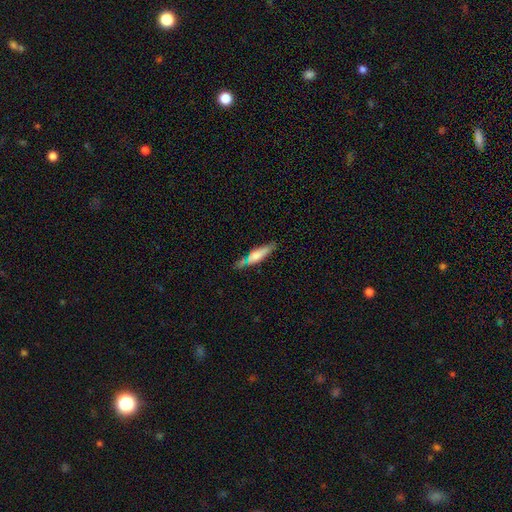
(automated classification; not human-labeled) Q: Smooth or featured?
A: smooth (63%); runner-up: featured or disk (30%)
Q: How rounded?
A: cigar-shaped (72%); runner-up: in between (26%)
Q: Merging?
A: none (67%); runner-up: minor disturbance (21%)